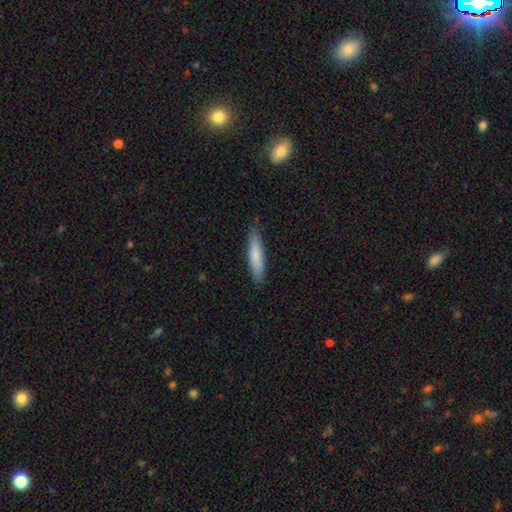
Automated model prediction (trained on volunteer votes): Smooth or featured? smooth (76%)
How rounded? cigar-shaped (87%)
Merging? none (87%)